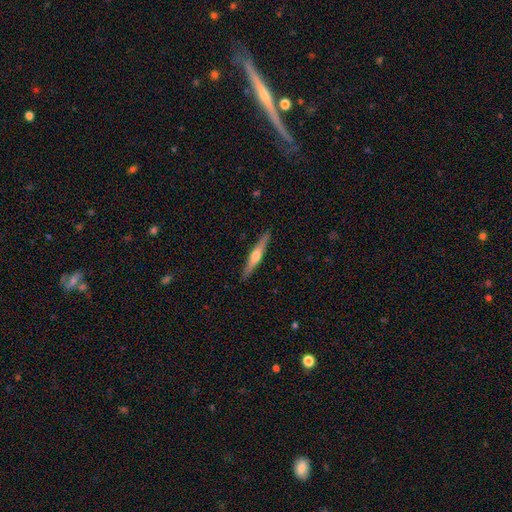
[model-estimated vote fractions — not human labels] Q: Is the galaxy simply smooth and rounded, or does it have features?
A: featured or disk — 65%.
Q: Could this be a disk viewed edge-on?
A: yes — 97%.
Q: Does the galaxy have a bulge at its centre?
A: rounded — 91%.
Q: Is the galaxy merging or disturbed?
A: none — 90%.